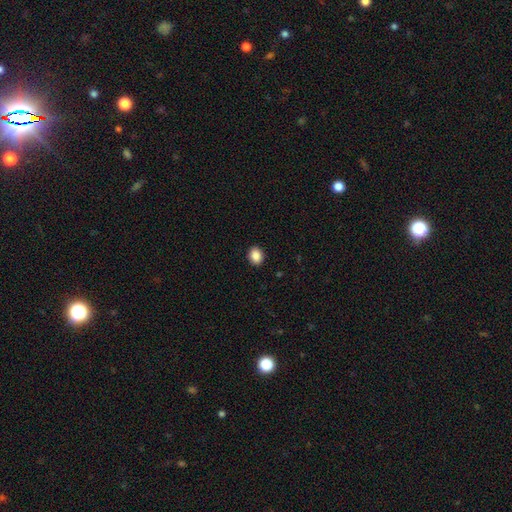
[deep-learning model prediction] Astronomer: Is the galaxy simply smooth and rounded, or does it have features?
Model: smooth — 88%.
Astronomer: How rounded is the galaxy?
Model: in between — 50% (runner-up: round, 49%).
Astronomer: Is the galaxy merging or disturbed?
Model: none — 91%.